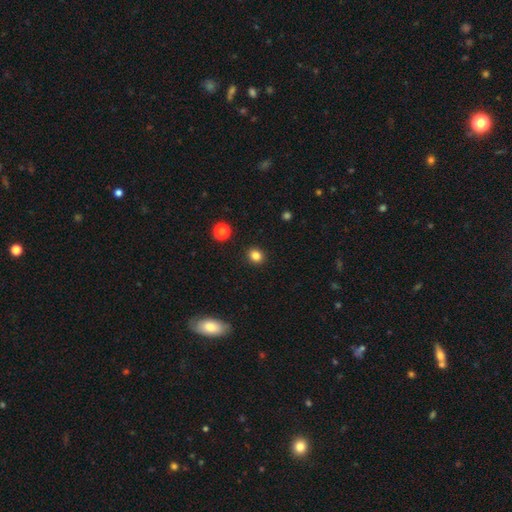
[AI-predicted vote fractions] Overall: smooth (84%). How rounded: round (77%). Merging: none (91%).